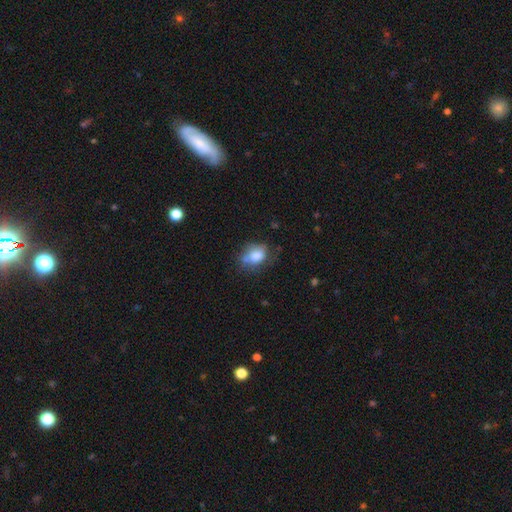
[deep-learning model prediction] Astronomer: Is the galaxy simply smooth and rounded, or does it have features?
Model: smooth — 78%.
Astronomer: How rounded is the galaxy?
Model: in between — 61% (runner-up: round, 37%).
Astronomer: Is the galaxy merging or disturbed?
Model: none — 48% (runner-up: minor disturbance, 29%).